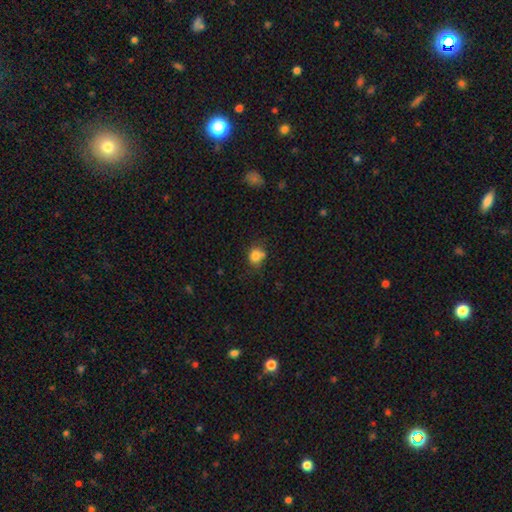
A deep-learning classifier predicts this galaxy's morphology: Overall: smooth (80%). How rounded: round (72%). Merging: none (57%; minor disturbance 20%).